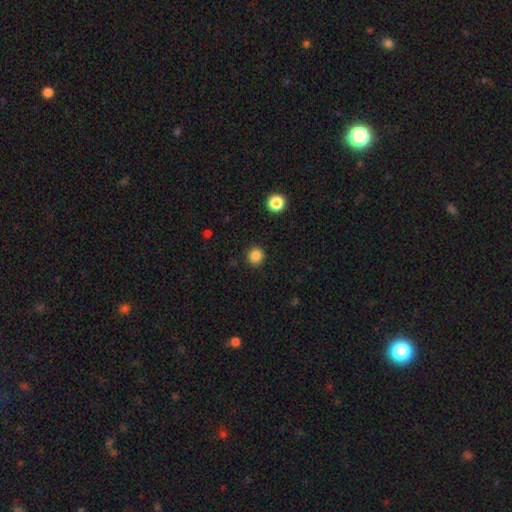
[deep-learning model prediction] Overall: smooth (85%). How rounded: round (91%). Merging: none (90%).